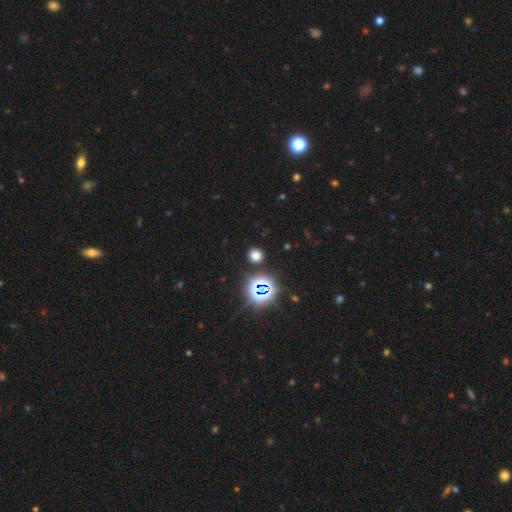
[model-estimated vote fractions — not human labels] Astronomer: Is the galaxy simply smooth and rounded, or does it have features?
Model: smooth — 65%.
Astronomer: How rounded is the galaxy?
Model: round — 86%.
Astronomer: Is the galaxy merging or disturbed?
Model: none — 89%.